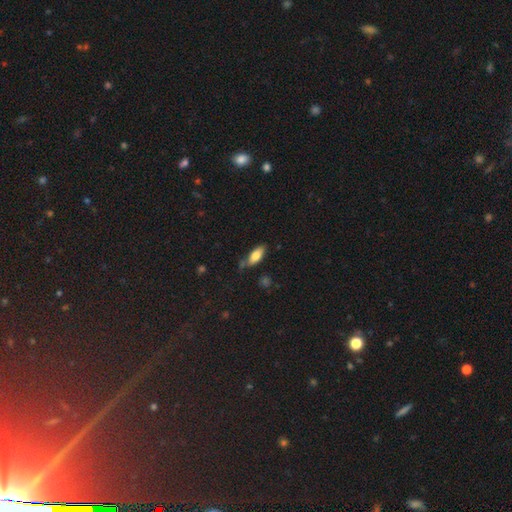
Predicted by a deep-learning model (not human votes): smooth 77%, featured or disk 16%, star or artifact 7%. Down the decision tree: how rounded — in between (78%); merging — none (70%).